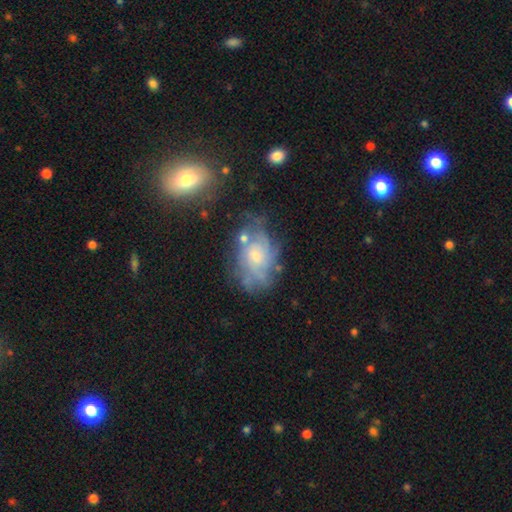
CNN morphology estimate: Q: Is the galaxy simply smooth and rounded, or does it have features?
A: featured or disk — 67%.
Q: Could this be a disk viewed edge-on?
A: no — 96%.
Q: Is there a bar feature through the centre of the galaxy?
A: no — 80%.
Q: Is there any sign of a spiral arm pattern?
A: yes — 75%.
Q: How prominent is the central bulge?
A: small — 64%.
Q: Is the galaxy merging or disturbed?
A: none — 55%.